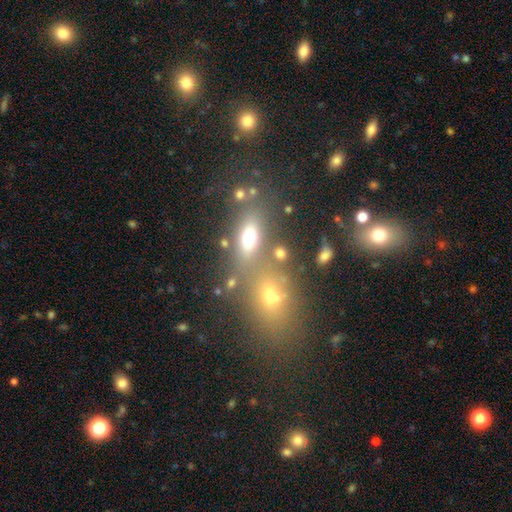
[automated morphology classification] smooth_or_featured: smooth (p=0.46) [alt: star or artifact p=0.36]
merging: none (p=0.49) [alt: merger p=0.38]